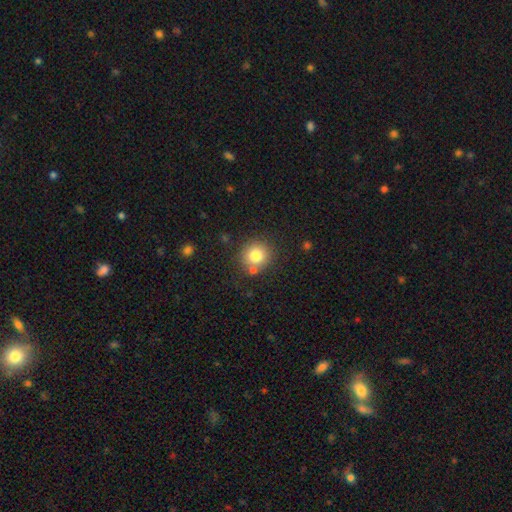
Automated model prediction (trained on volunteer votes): Smooth or featured? smooth (79%)
How rounded? round (90%)
Merging? none (76%)